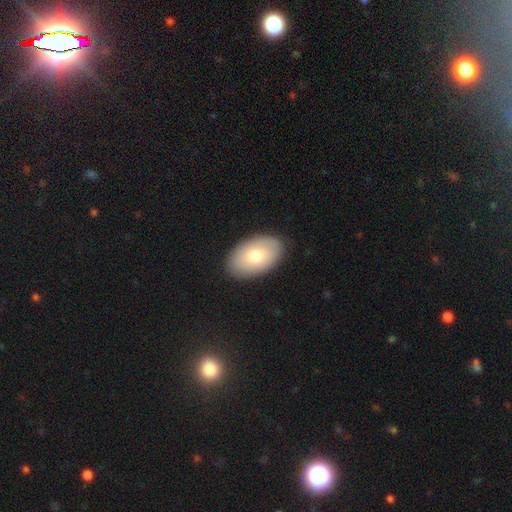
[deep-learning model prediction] Smooth or featured?
  - smooth: 72% *
  - featured or disk: 22%
  - star or artifact: 6%
How rounded?
  - in between: 92% *
  - round: 7%
  - cigar-shaped: 1%
Merging?
  - none: 88% *
  - minor disturbance: 9%
  - major disturbance: 2%
  - merger: 1%